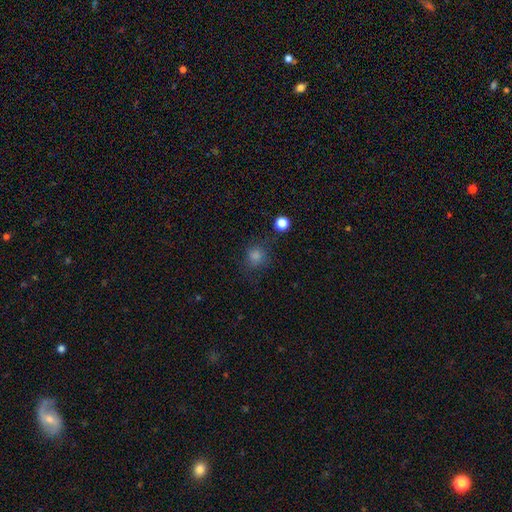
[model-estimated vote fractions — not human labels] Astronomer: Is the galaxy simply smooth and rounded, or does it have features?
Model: smooth — 72%.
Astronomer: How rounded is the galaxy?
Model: round — 85%.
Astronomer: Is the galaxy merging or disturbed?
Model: none — 73%.